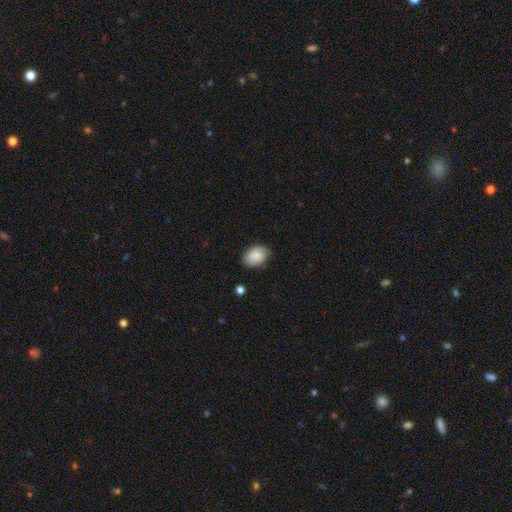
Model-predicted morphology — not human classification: smooth_or_featured: smooth (p=0.86) [alt: featured or disk p=0.08]
how_rounded: in between (p=0.81) [alt: round p=0.18]
merging: none (p=0.80) [alt: minor disturbance p=0.16]